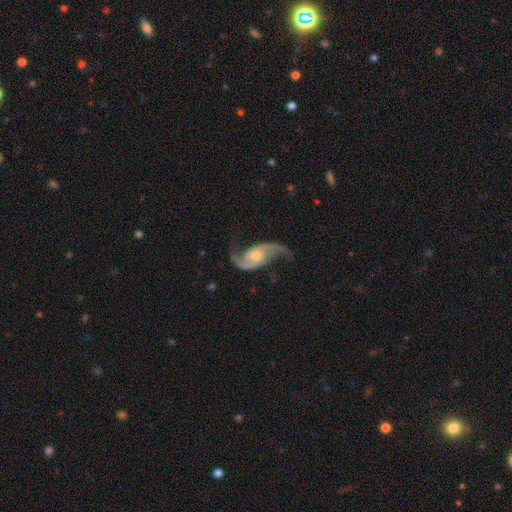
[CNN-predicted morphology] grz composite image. It shows a featured or disk galaxy (92%) with no bar (67%), 2 (94%) loose (58%) spiral arms (98%) and a moderate central bulge (51%). Merging: none (75%).